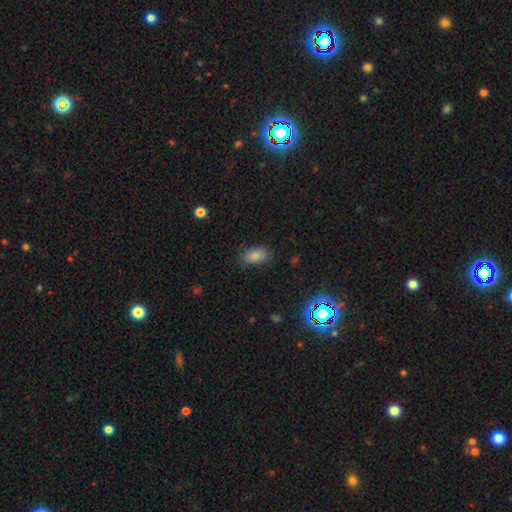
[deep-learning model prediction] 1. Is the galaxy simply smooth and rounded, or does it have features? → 79% smooth, 13% star or artifact, 8% featured or disk.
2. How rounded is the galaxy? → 90% in between, 7% round, 3% cigar-shaped.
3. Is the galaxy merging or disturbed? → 83% none, 13% minor disturbance, 3% major disturbance, 1% merger.